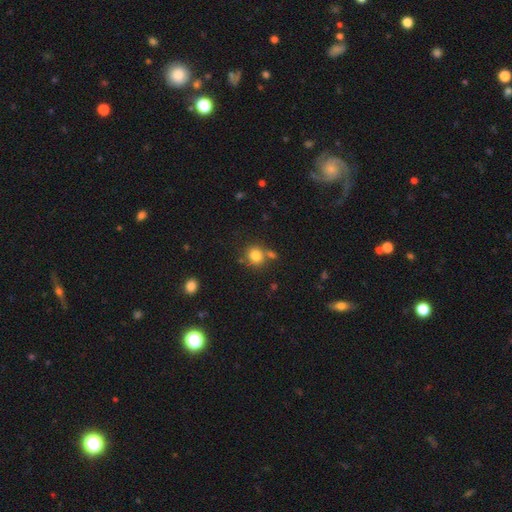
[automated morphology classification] Smooth or featured?
  - smooth: 80% *
  - star or artifact: 11%
  - featured or disk: 8%
How rounded?
  - round: 82% *
  - in between: 17%
  - cigar-shaped: 1%
Merging?
  - none: 67% *
  - merger: 18%
  - minor disturbance: 12%
  - major disturbance: 4%